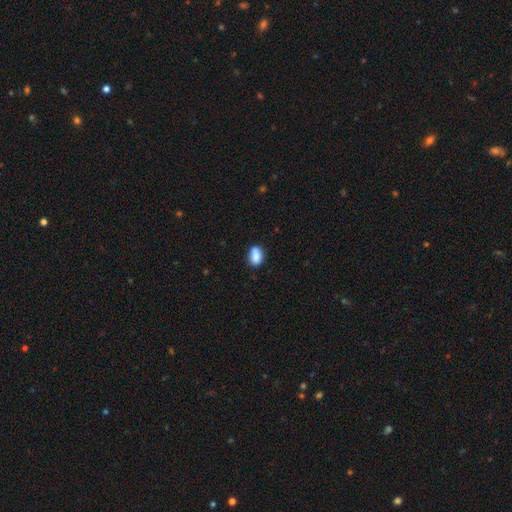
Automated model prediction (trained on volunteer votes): smooth 86%, star or artifact 8%, featured or disk 6%. Down the decision tree: how rounded — in between (84%); merging — none (71%).